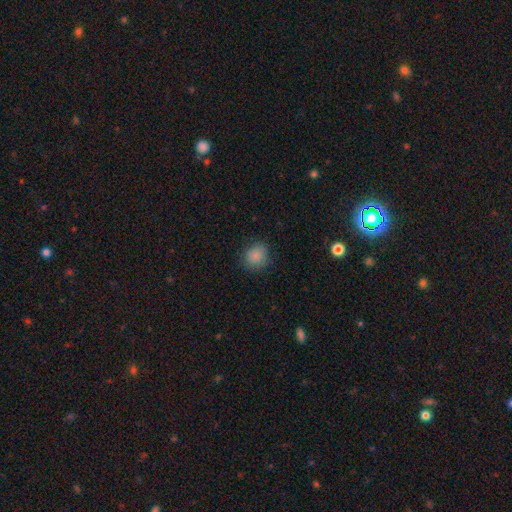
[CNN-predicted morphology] Smooth or featured: smooth — 85% (star or artifact — 10%)
How rounded: round — 77% (in between — 22%)
Merging: none — 79% (minor disturbance — 15%)